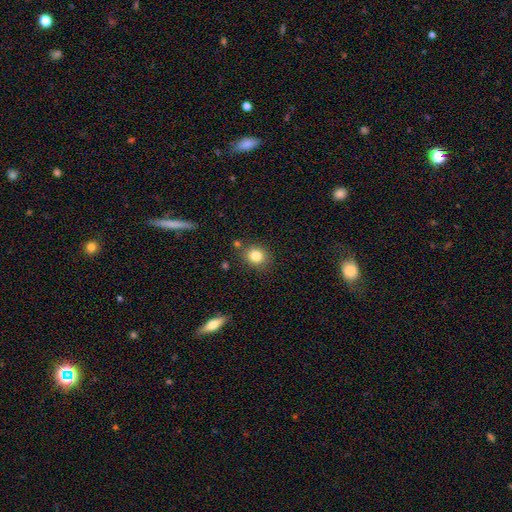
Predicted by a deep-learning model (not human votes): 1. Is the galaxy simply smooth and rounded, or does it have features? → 83% smooth, 11% star or artifact, 7% featured or disk.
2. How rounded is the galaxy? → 73% round, 26% in between, 1% cigar-shaped.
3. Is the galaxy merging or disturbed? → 80% none, 11% minor disturbance, 5% merger, 3% major disturbance.